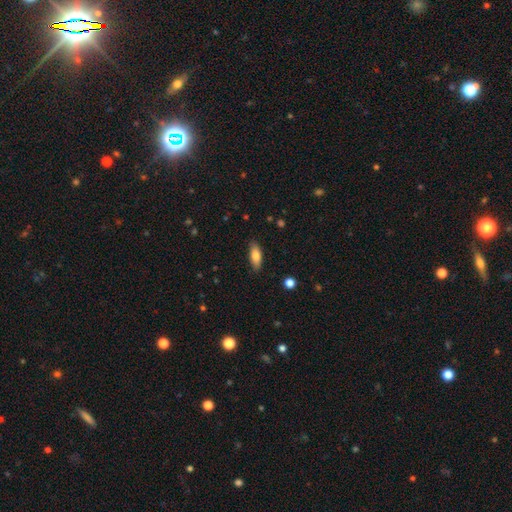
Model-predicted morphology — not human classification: This appears to be a smooth galaxy with no disk features (80%) that is in between round and cigar-shaped (72%). Merging: none (86%).